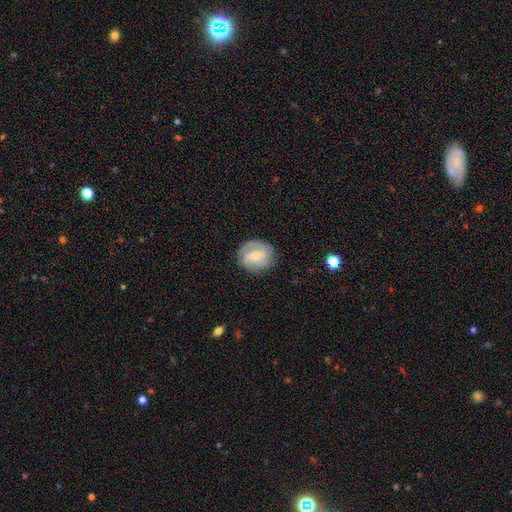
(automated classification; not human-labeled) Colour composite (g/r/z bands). It shows a featured or disk galaxy (68%) with a weak bar (49%), 2 (54%) medium (44%) spiral arms (89%) and a small central bulge (59%). Merging: none (79%).